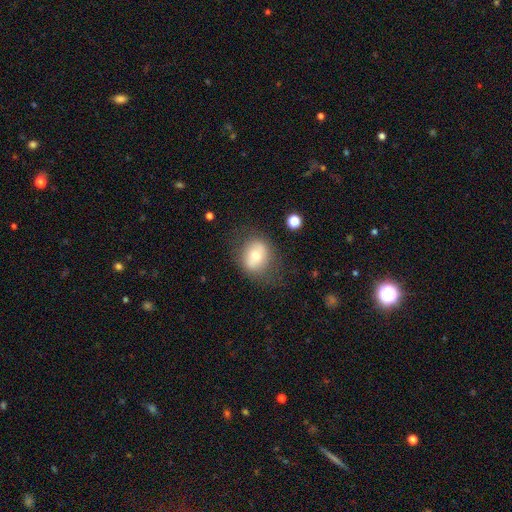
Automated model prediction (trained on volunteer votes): Smooth or featured: smooth — 65% (featured or disk — 26%)
How rounded: round — 61% (in between — 38%)
Merging: none — 69% (minor disturbance — 18%)